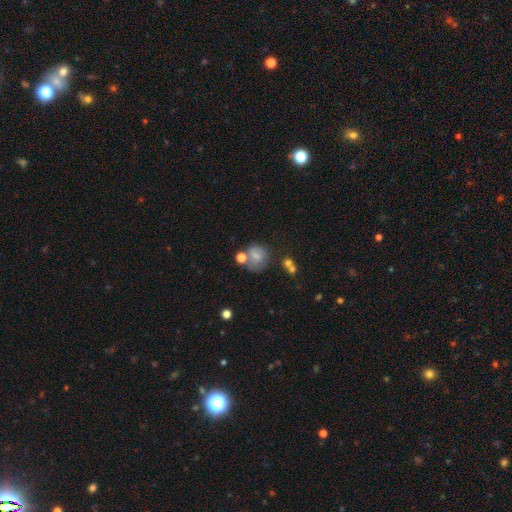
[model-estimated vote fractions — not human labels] Overall: smooth (61%; featured or disk 27%). How rounded: round (73%). Merging: none (48%; minor disturbance 21%).